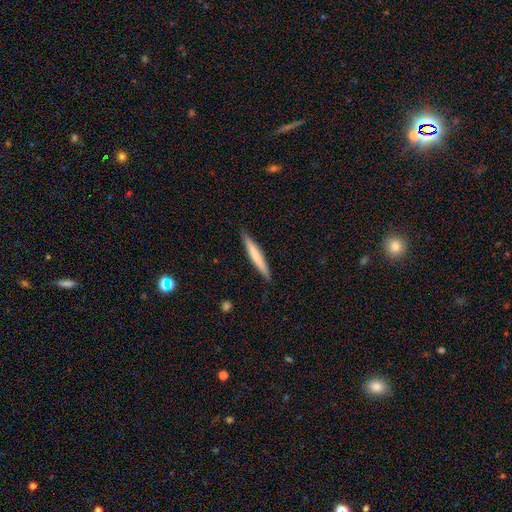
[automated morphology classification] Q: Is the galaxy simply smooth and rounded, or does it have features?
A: smooth — 65%.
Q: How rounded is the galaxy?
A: cigar-shaped — 96%.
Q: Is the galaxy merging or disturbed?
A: none — 90%.